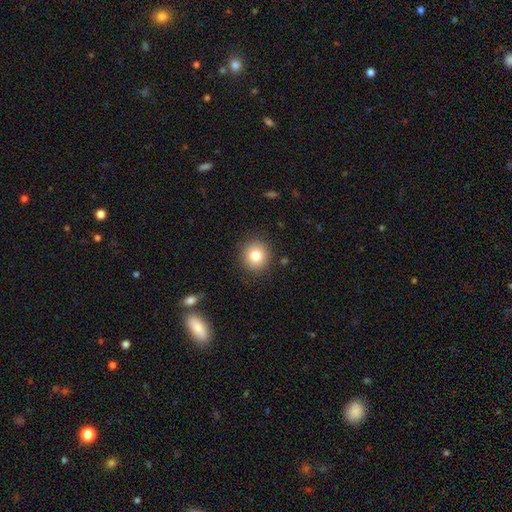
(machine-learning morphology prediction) A smooth galaxy with no disk features (81%) that is round (90%).

Vote fractions:
- Smooth or featured? smooth: 81% / star or artifact: 10% / featured or disk: 9%
- How rounded? round: 90% / in between: 10% / cigar-shaped: 1%
- Merging? none: 89% / minor disturbance: 7% / major disturbance: 2% / merger: 1%